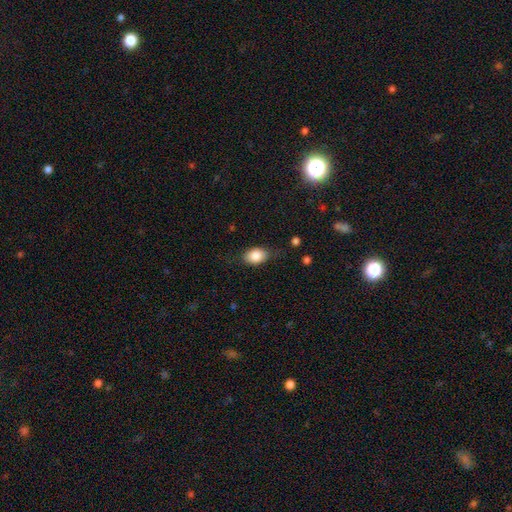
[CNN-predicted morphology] This is clearly a smooth galaxy (84%). How rounded: clearly in between (81%). Merging: likely none (74%).